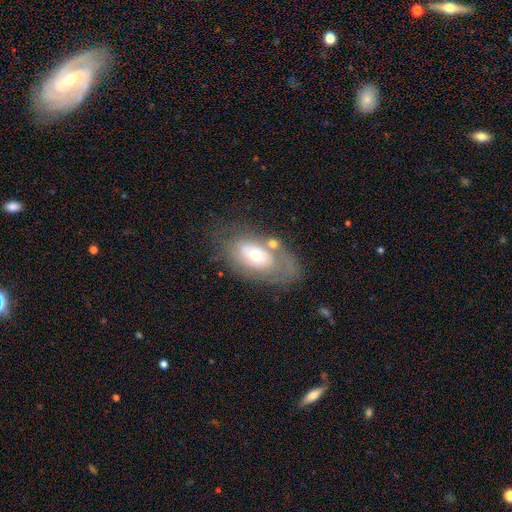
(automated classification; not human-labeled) Smooth or featured?
  - featured or disk: 58% *
  - smooth: 35%
  - star or artifact: 8%
Edge-on disk?
  - no: 91% *
  - yes: 9%
Bar?
  - no: 83% *
  - weak: 13%
  - strong: 4%
Spiral arms?
  - no: 62% *
  - yes: 38%
Bulge size?
  - moderate: 62% *
  - small: 28%
  - large: 8%
  - dominant: 1%
  - none: 1%
Merging?
  - none: 52% *
  - minor disturbance: 21%
  - major disturbance: 16%
  - merger: 12%